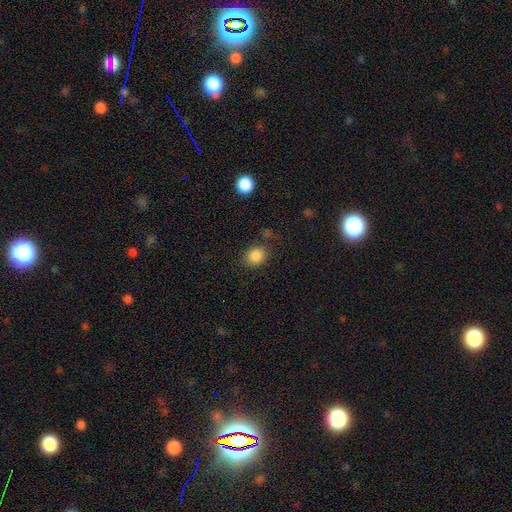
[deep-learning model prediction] Overall: smooth (86%). How rounded: round (60%; in between 39%). Merging: none (79%).